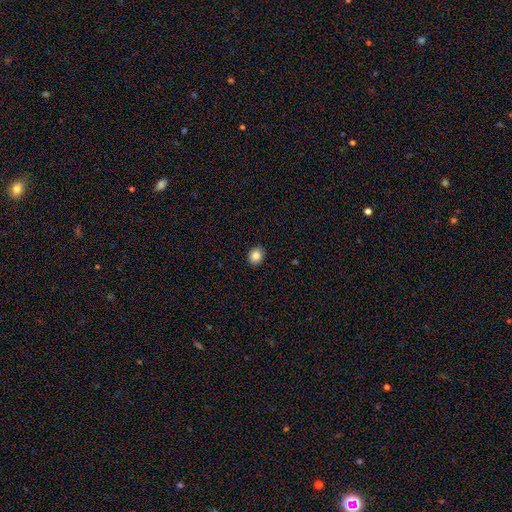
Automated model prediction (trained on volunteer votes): smooth 85%, star or artifact 9%, featured or disk 6%. Down the decision tree: how rounded — round (60%); merging — none (90%).